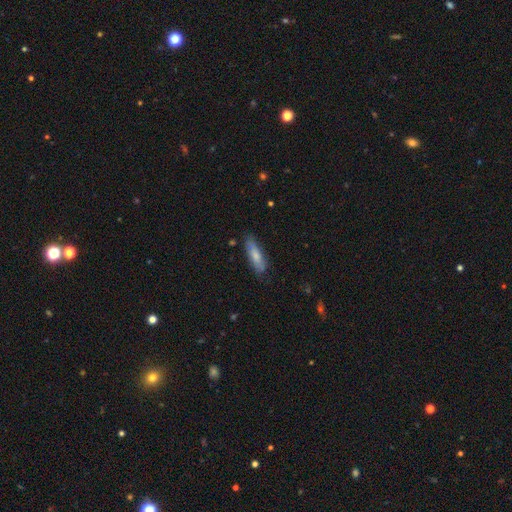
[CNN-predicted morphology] Smooth or featured?
  - smooth: 71% *
  - featured or disk: 23%
  - star or artifact: 6%
How rounded?
  - cigar-shaped: 60% *
  - in between: 38%
  - round: 2%
Merging?
  - none: 73% *
  - minor disturbance: 21%
  - major disturbance: 4%
  - merger: 2%